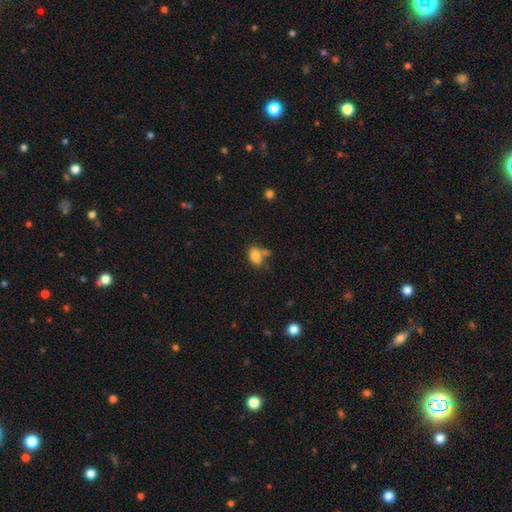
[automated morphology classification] The model was most divided on "merging": none: 47%, merger: 27%, minor disturbance: 18%, major disturbance: 8%. More confident: how rounded — in between (87%); smooth or featured — smooth (81%).